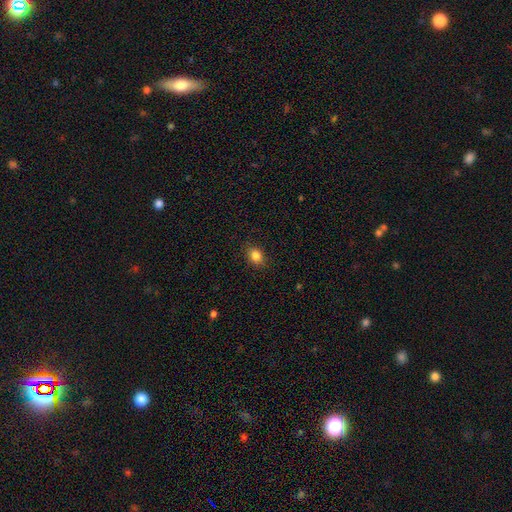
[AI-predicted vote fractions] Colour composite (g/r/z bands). It shows a smooth galaxy with no disk features (84%) that is in between round and cigar-shaped (60%). Merging: none (87%).